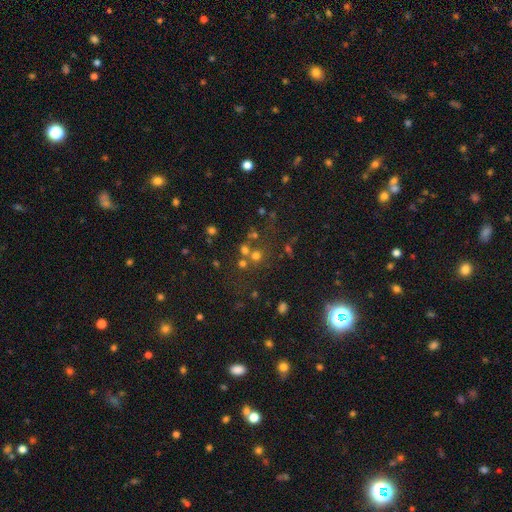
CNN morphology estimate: smooth 60%, star or artifact 28%, featured or disk 12%. Down the decision tree: how rounded — round (89%); merging — none (61%).